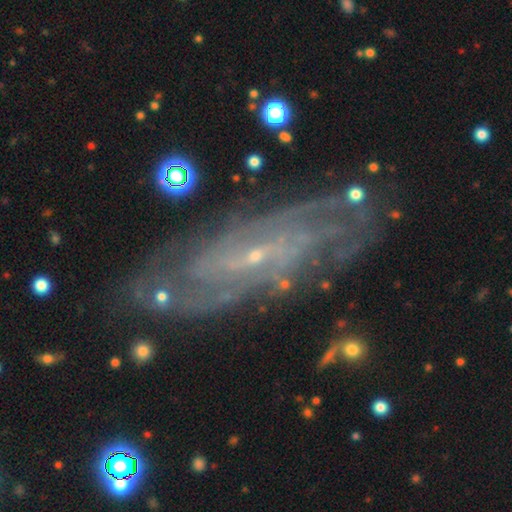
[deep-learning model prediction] This appears to be a featured or disk galaxy (82%) with no bar (53%), tight (66%) spiral arms (92%) and a small central bulge (85%). Merging: none (80%).